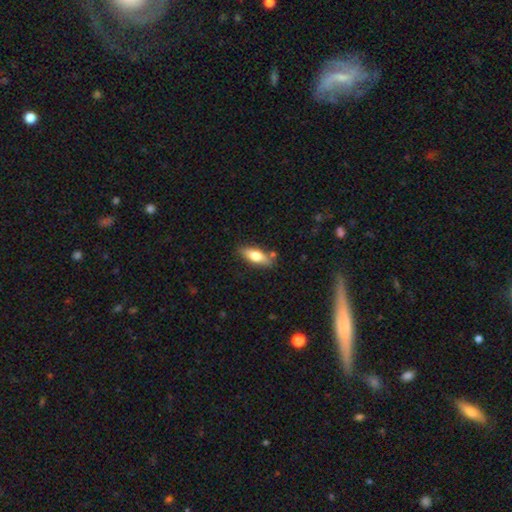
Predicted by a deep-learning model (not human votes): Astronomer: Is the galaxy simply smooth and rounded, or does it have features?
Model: smooth — 70%.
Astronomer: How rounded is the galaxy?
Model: in between — 69%.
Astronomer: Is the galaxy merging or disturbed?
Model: none — 79%.